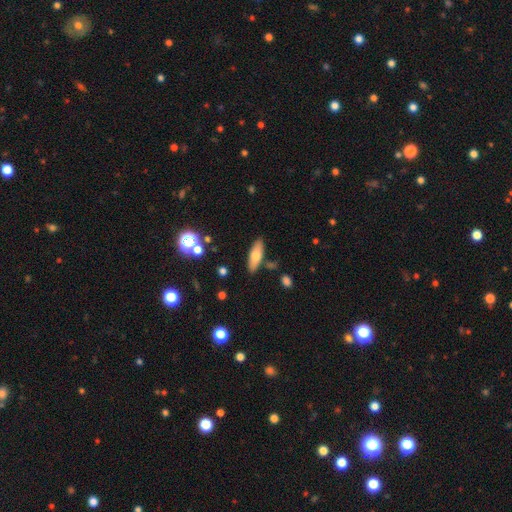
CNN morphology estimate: smooth_or_featured: smooth (p=0.67) [alt: featured or disk p=0.26]
how_rounded: in between (p=0.59) [alt: cigar-shaped p=0.39]
merging: none (p=0.83) [alt: minor disturbance p=0.10]